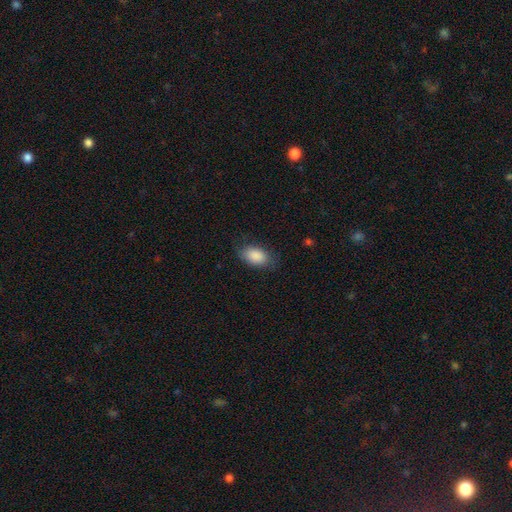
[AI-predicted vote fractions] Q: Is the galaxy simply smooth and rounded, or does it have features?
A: smooth — 88%.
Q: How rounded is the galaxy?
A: in between — 91%.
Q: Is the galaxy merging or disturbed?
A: none — 78%.